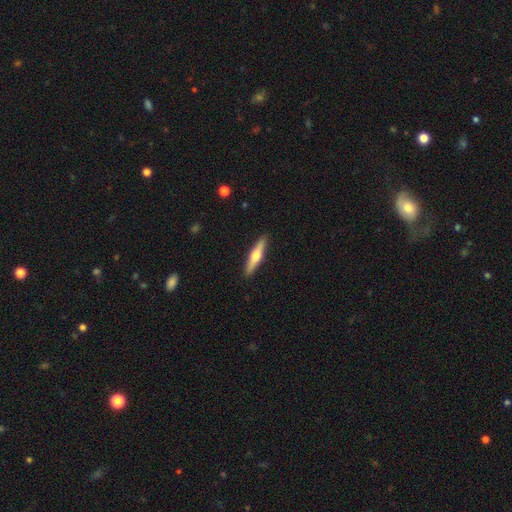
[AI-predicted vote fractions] smooth-or-featured: featured or disk: 55% | smooth: 40% | star or artifact: 5%
  disk-edge-on: yes: 96% | no: 4%
    edge-on-bulge: rounded: 94% | boxy: 3% | none: 3%
  merging: none: 91% | minor disturbance: 6% | major disturbance: 1% | merger: 1%